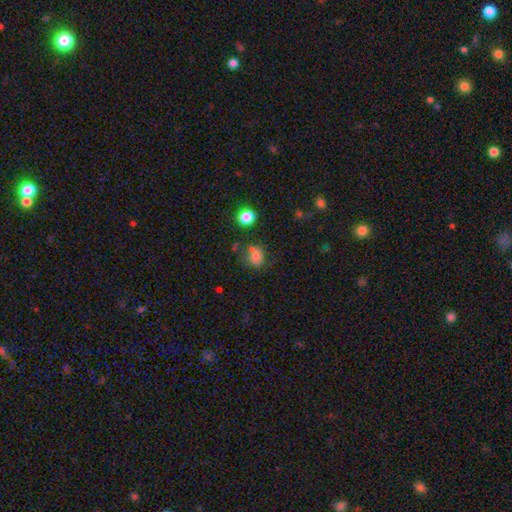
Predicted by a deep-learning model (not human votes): Overall: smooth (74%). How rounded: round (68%; in between 31%). Merging: none (55%; minor disturbance 20%).